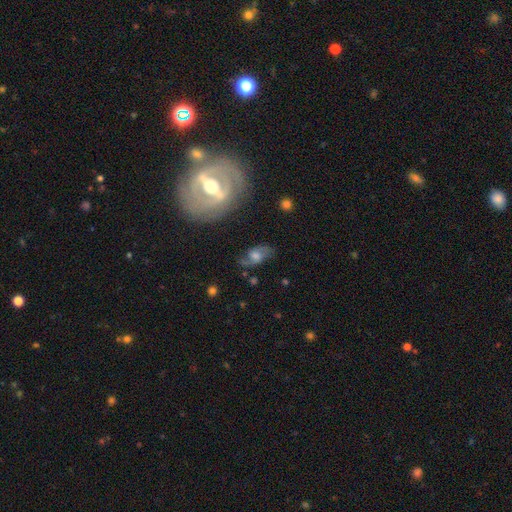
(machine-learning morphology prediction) A featured or disk galaxy (61%) with no bar (55%), spiral arms (85%) and a moderate central bulge (48%).

Vote fractions:
- Smooth or featured? featured or disk: 61% / smooth: 29% / star or artifact: 10%
- Edge-on disk? no: 92% / yes: 8%
- Bar? no: 55% / weak: 37% / strong: 8%
- Spiral arms? yes: 85% / no: 15%
- Bulge size? moderate: 48% / small: 22% / large: 20% / none: 8% / dominant: 2%
- Merging? none: 65% / minor disturbance: 20% / major disturbance: 11% / merger: 3%